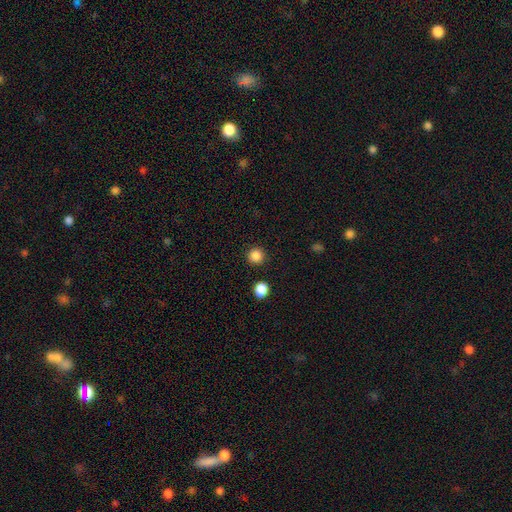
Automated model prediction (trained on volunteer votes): This is clearly a smooth galaxy (86%). How rounded: clearly round (95%). Merging: clearly none (91%).